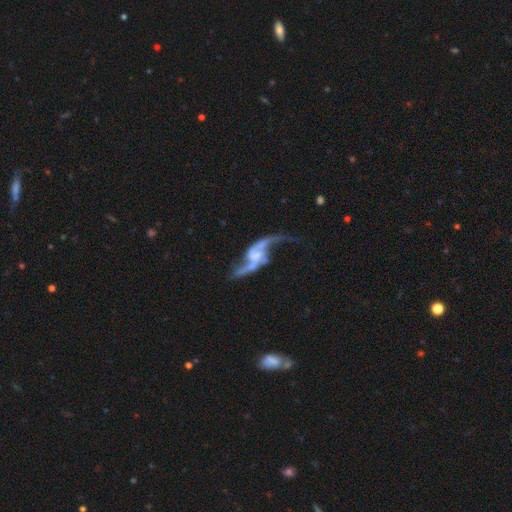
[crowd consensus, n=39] Overall: featured or disk (87%). Edge-on disk: no (88%). Bar: no (47%; weak 43%). Spiral arms: yes (97%). Spiral arm count: 2 (93%). Spiral winding: loose (97%). Bulge size: none (67%). Merging: none (57%; minor disturbance 29%).